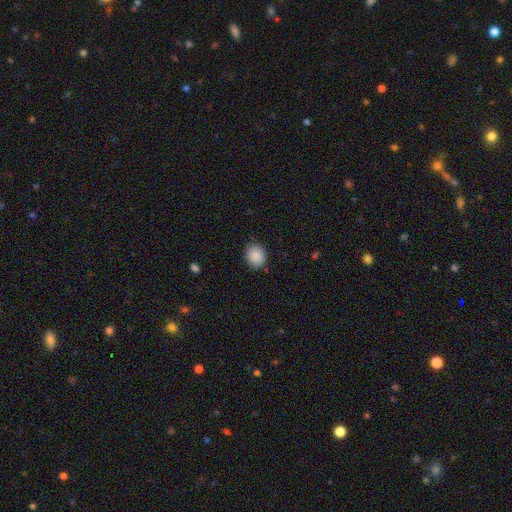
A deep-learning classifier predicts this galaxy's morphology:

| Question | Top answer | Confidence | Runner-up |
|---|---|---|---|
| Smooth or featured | smooth | 89% | star or artifact (8%) |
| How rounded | round | 68% | in between (32%) |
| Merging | none | 88% | minor disturbance (9%) |